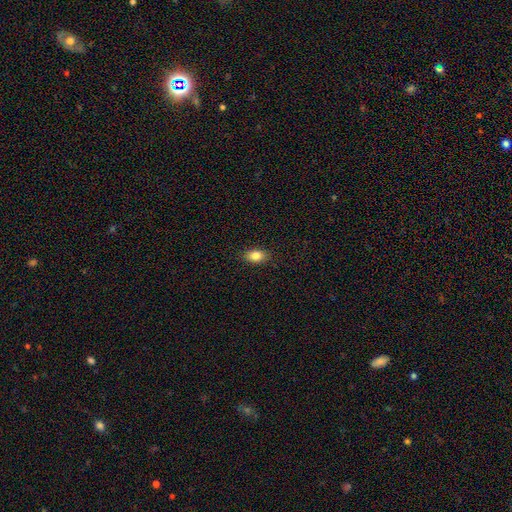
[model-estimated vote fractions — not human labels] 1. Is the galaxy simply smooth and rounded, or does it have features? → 85% smooth, 8% star or artifact, 7% featured or disk.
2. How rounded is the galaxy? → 88% in between, 9% round, 3% cigar-shaped.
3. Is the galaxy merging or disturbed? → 88% none, 9% minor disturbance, 2% major disturbance, 1% merger.